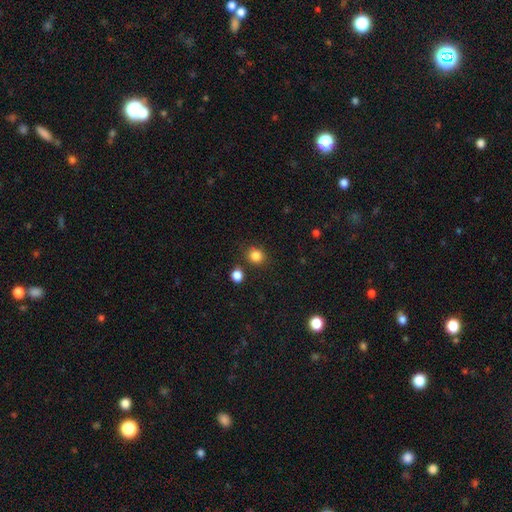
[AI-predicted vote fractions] The model was most divided on "how rounded": round: 80%, in between: 19%, cigar-shaped: 1%. More confident: smooth or featured — smooth (84%); merging — none (83%).